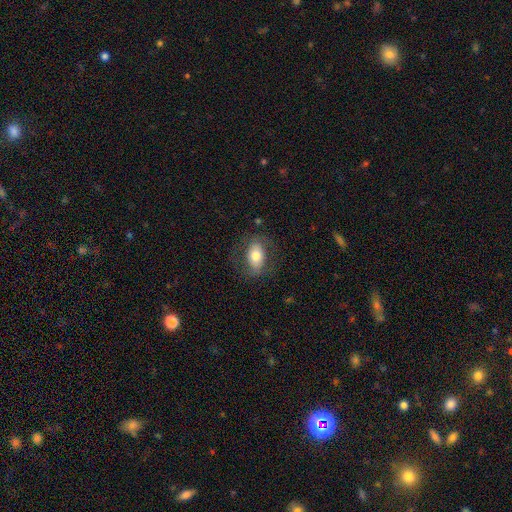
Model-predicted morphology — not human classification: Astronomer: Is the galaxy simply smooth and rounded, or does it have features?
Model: smooth — 66%.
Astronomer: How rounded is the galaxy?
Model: in between — 87%.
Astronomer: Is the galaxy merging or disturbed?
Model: none — 74%.